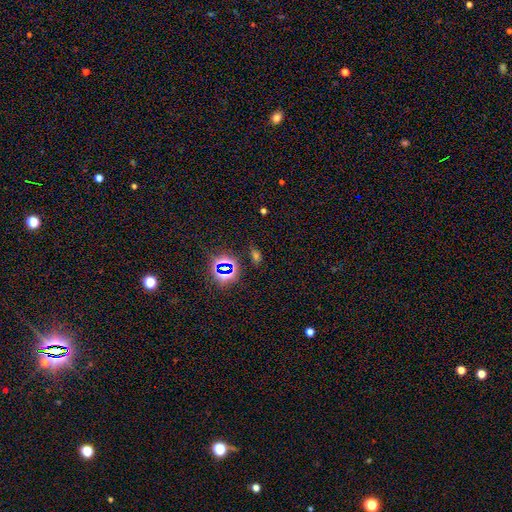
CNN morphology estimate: This is possibly a star or artifact rather than a galaxy (56%).